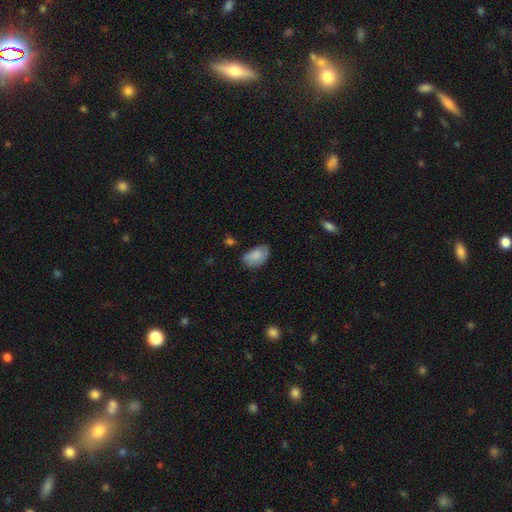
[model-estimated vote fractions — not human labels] The model was most divided on "merging": none: 62%, minor disturbance: 29%, major disturbance: 6%, merger: 3%. More confident: how rounded — in between (92%); smooth or featured — smooth (84%).